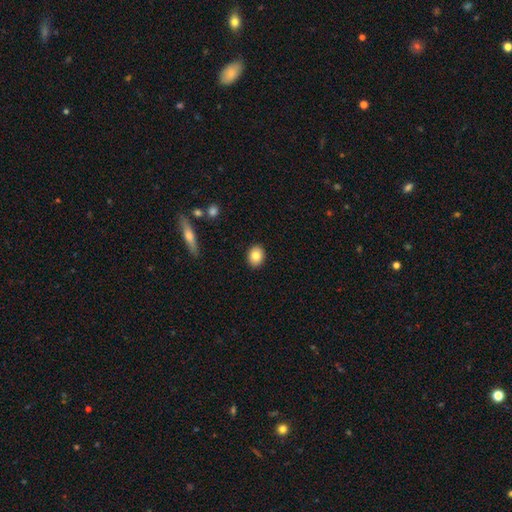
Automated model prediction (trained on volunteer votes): Smooth or featured? Predicted: smooth (p=0.82). How rounded? Predicted: in between (p=0.52). Merging? Predicted: none (p=0.90).